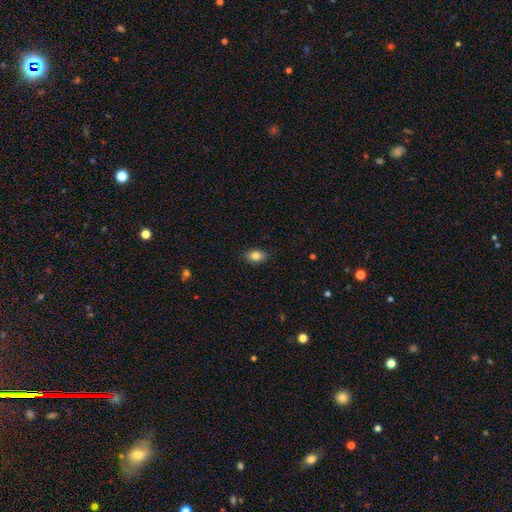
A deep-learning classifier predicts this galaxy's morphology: This appears to be a smooth galaxy with no disk features (83%) that is in between round and cigar-shaped (86%). Merging: none (88%).